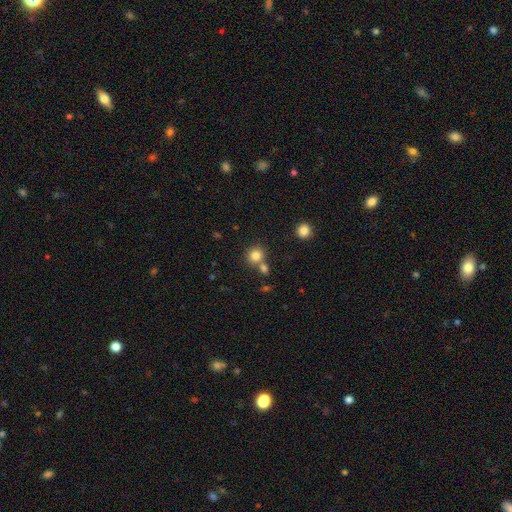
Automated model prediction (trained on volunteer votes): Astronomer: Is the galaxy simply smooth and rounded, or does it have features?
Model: smooth — 81%.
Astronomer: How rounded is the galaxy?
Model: round — 88%.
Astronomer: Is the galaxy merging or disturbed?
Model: none — 65%.